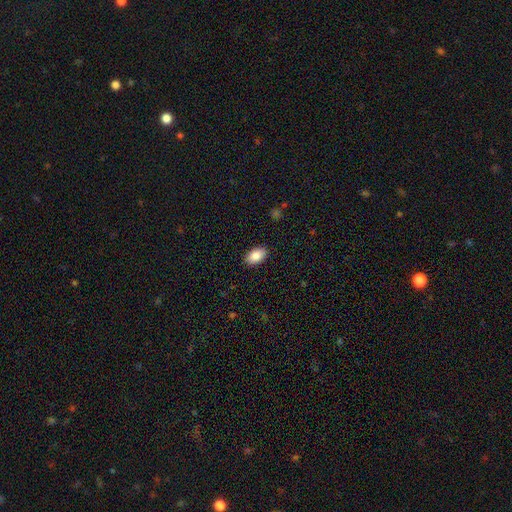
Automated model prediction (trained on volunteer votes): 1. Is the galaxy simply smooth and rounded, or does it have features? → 86% smooth, 7% star or artifact, 6% featured or disk.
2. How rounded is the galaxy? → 92% in between, 6% round, 1% cigar-shaped.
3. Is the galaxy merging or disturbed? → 89% none, 8% minor disturbance, 2% major disturbance, 1% merger.